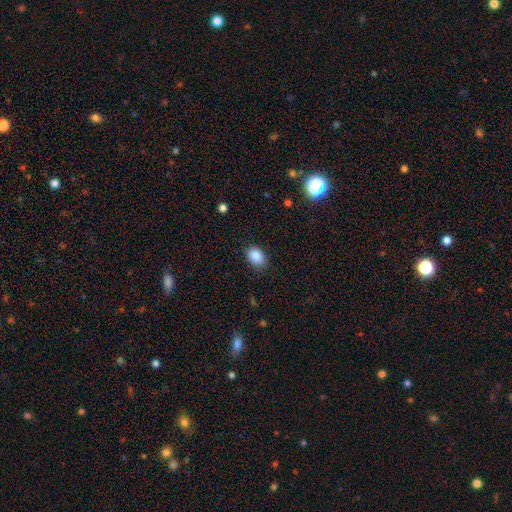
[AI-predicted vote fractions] Overall: smooth (88%). How rounded: in between (79%). Merging: none (83%).